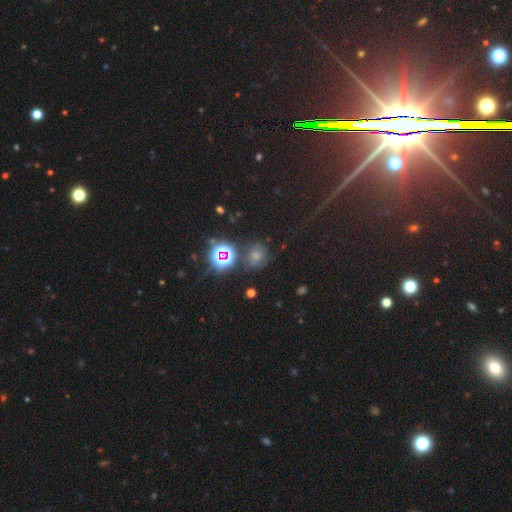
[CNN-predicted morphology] Smooth or featured: smooth — 51% (star or artifact — 36%)
How rounded: round — 80% (in between — 19%)
Merging: none — 72% (minor disturbance — 15%)